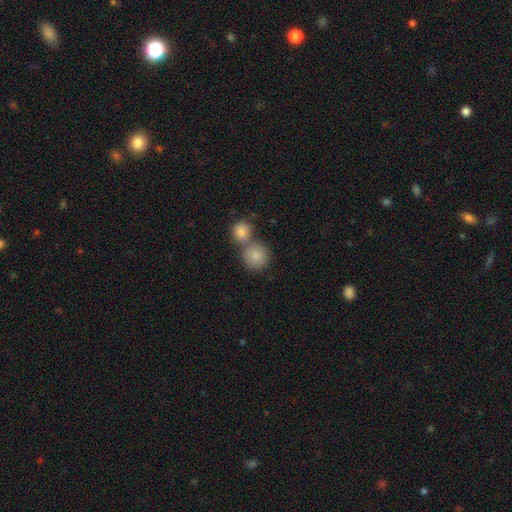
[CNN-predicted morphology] smooth-or-featured: smooth: 85% | star or artifact: 8% | featured or disk: 7%
  how-rounded: round: 91% | in between: 8% | cigar-shaped: 1%
  merging: none: 46% | merger: 45% | minor disturbance: 7% | major disturbance: 3%